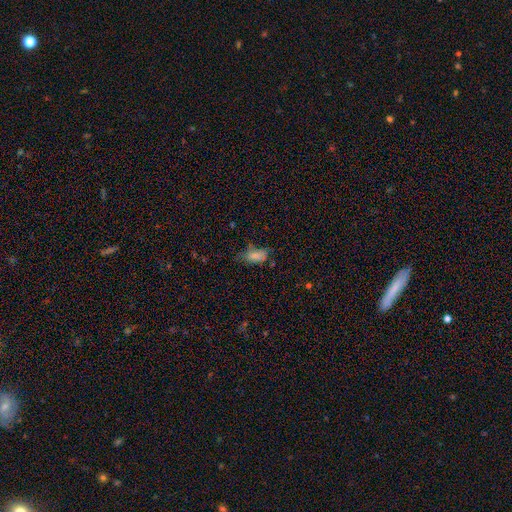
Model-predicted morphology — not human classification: The model was most divided on "merging": none: 49%, minor disturbance: 33%, major disturbance: 14%, merger: 4%. More confident: how rounded — in between (88%); smooth or featured — smooth (79%).